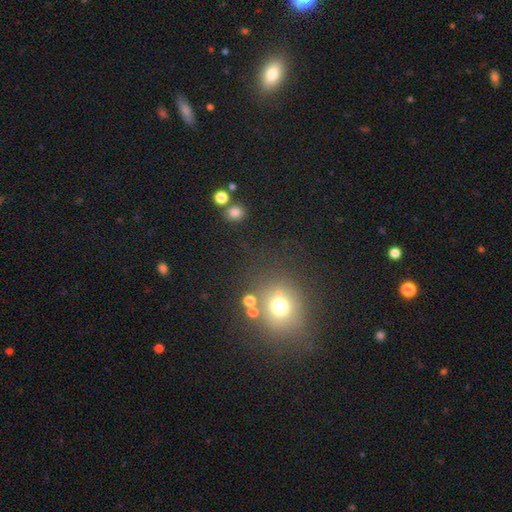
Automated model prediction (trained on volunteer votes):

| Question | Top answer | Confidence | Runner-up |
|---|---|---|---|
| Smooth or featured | smooth | 53% | star or artifact (38%) |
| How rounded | round | 75% | in between (24%) |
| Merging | none | 77% | minor disturbance (10%) |